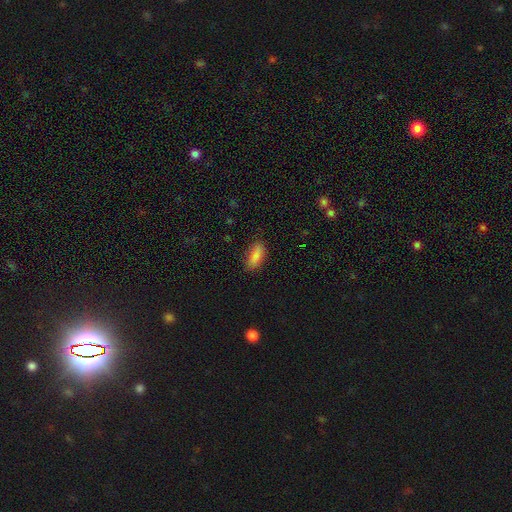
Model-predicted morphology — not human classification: A smooth galaxy with no disk features (86%) that is in between round and cigar-shaped (81%).

Vote fractions:
- Smooth or featured? smooth: 86% / star or artifact: 8% / featured or disk: 6%
- How rounded? in between: 81% / cigar-shaped: 16% / round: 3%
- Merging? none: 83% / minor disturbance: 13% / major disturbance: 3% / merger: 1%